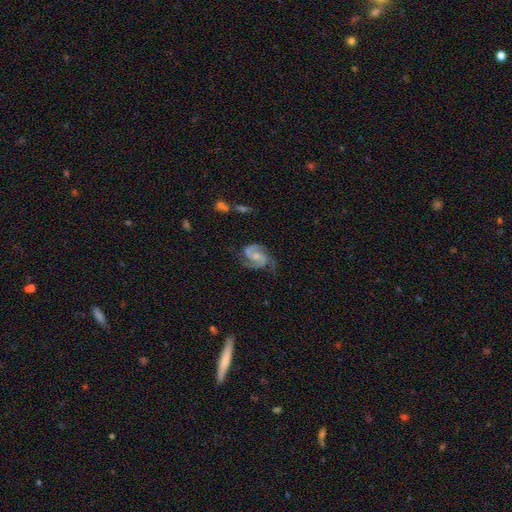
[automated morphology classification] Smooth or featured: featured or disk — 90% (smooth — 5%)
Edge-on disk: no — 98% (yes — 2%)
Bar: no — 54% (weak — 37%)
Spiral arms: yes — 98% (no — 2%)
Spiral winding: medium — 56% (tight — 30%)
Spiral arm count: 2 — 85% (3 — 8%)
Bulge size: moderate — 44% (small — 43%)
Merging: none — 64% (minor disturbance — 22%)